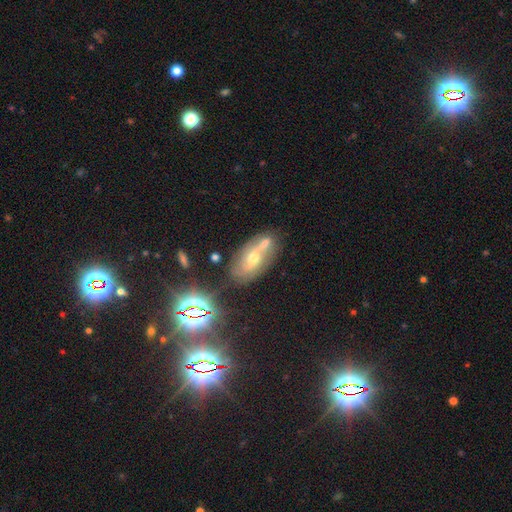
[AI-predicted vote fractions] smooth-or-featured: featured or disk: 38% | smooth: 31% | star or artifact: 30%
  merging: none: 48% | merger: 34% | minor disturbance: 13% | major disturbance: 6%